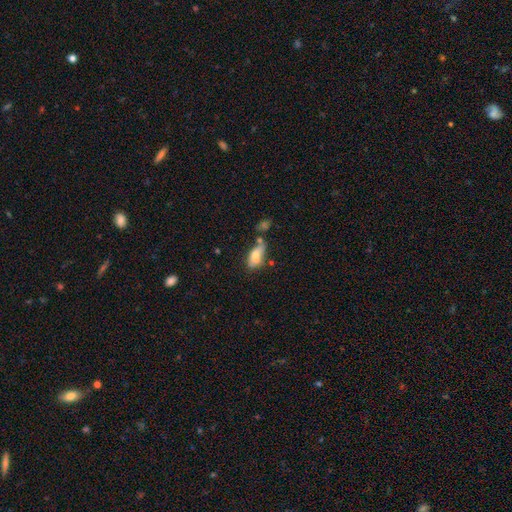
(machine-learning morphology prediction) Smooth or featured: smooth — 70% (featured or disk — 22%)
How rounded: in between — 83% (cigar-shaped — 13%)
Merging: none — 43% (minor disturbance — 25%)